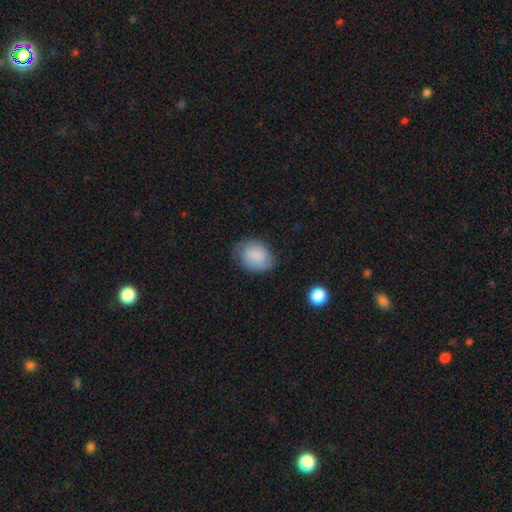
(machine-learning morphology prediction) Smooth or featured?
  - smooth: 83% *
  - featured or disk: 10%
  - star or artifact: 7%
How rounded?
  - in between: 65% *
  - round: 34%
  - cigar-shaped: 1%
Merging?
  - none: 68% *
  - minor disturbance: 24%
  - major disturbance: 7%
  - merger: 1%